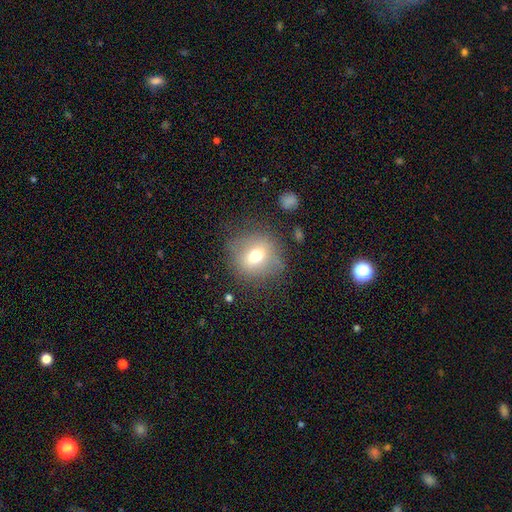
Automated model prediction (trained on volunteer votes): Smooth or featured? smooth (64%)
How rounded? round (78%)
Merging? none (74%)